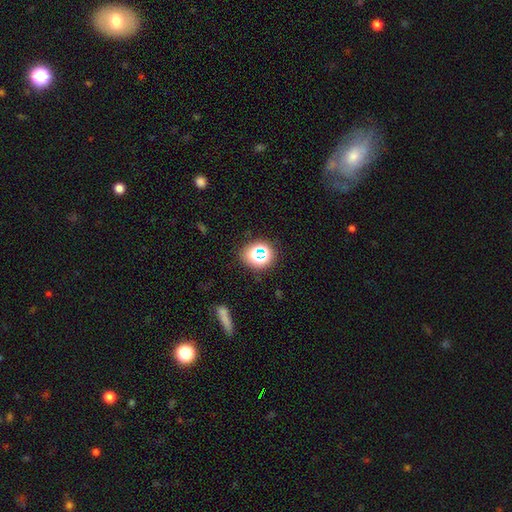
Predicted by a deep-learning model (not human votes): Smooth or featured? star or artifact (47%)